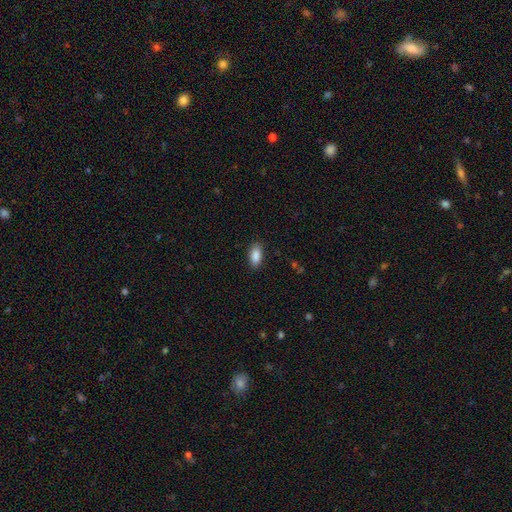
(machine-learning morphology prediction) Smooth or featured? smooth (89%)
How rounded? in between (91%)
Merging? none (87%)